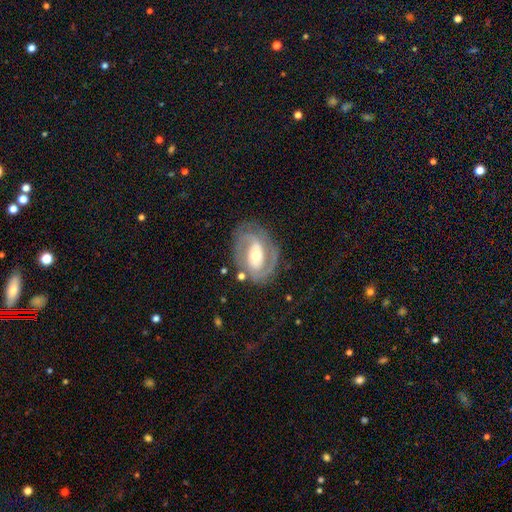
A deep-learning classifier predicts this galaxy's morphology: This is clearly a featured or disk galaxy (82%). It is clearly not viewed edge-on (96%). Bar: marginally no (36%, tied with weak). Spiral arm pattern: clearly yes (88%). Spiral arm count: likely 2 (77%). Spiral winding: marginally tight (45%). Central bulge: likely moderate (63%). Merging: likely none (74%).